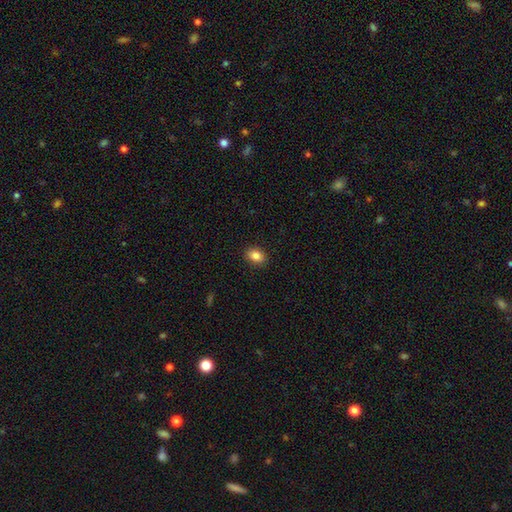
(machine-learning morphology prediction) Smooth or featured? smooth (85%)
How rounded? in between (71%)
Merging? none (90%)